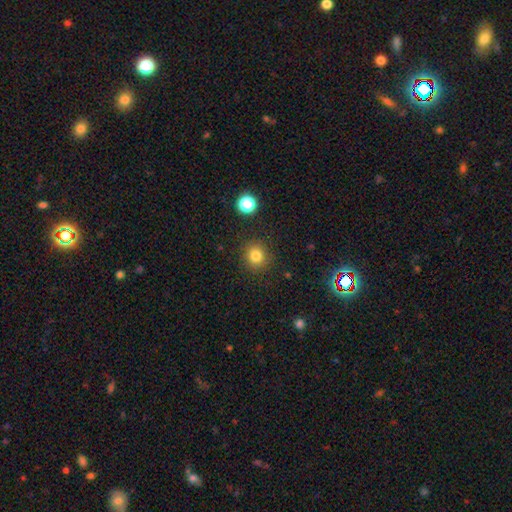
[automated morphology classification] Smooth or featured? Predicted: smooth (p=0.81). How rounded? Predicted: round (p=0.89). Merging? Predicted: none (p=0.88).